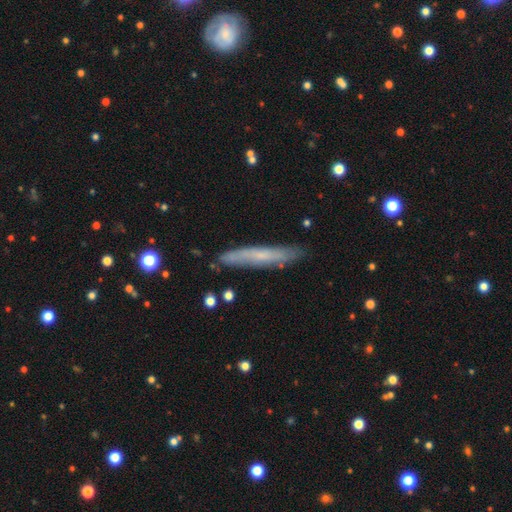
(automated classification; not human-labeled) This is possibly a smooth galaxy (47%). Merging: clearly none (83%).